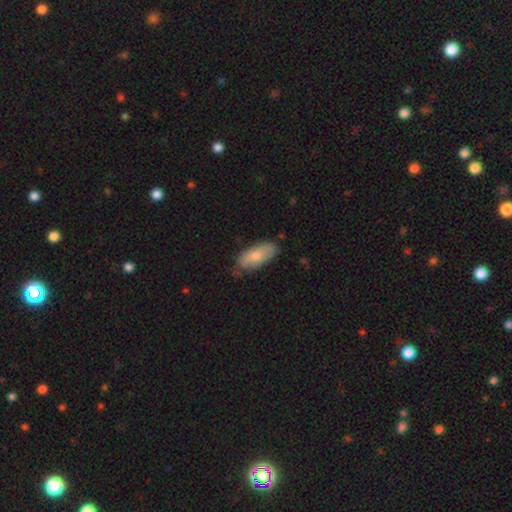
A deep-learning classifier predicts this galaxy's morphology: This appears to be a smooth galaxy with no disk features (77%) that is in between round and cigar-shaped (86%). Merging: none (68%).